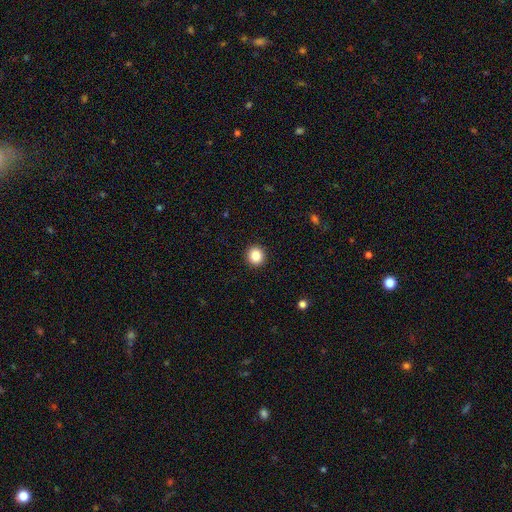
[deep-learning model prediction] Morphology: type=smooth (86%); roundness=round (91%); merging=none (93%).